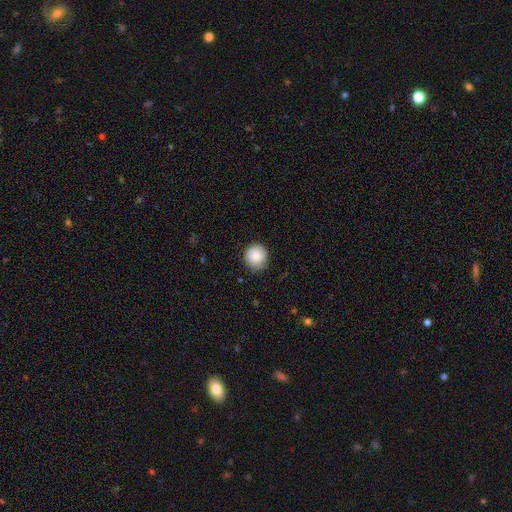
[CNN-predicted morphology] smooth_or_featured: smooth (p=0.84) [alt: featured or disk p=0.09]
how_rounded: round (p=0.91) [alt: in between p=0.08]
merging: none (p=0.80) [alt: minor disturbance p=0.16]